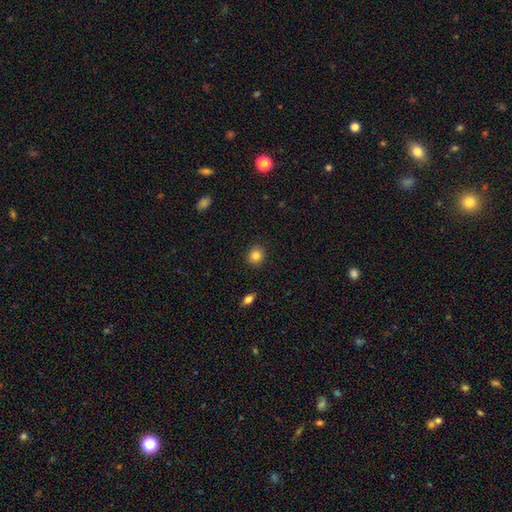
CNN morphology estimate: This is clearly a smooth galaxy (84%). How rounded: clearly round (83%). Merging: clearly none (90%).